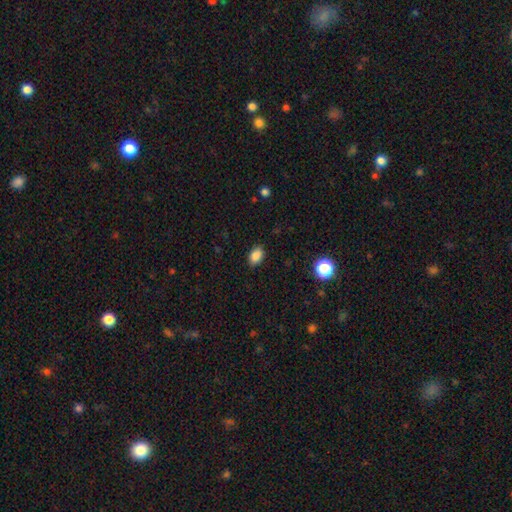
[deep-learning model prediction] This appears to be a smooth galaxy with no disk features (86%) that is in between round and cigar-shaped (83%). Merging: none (87%).